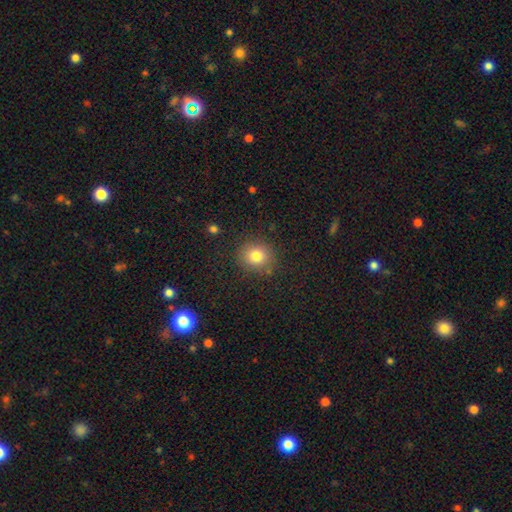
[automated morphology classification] Q: Smooth or featured?
A: smooth (80%); runner-up: star or artifact (12%)
Q: How rounded?
A: round (82%); runner-up: in between (17%)
Q: Merging?
A: none (86%); runner-up: minor disturbance (9%)